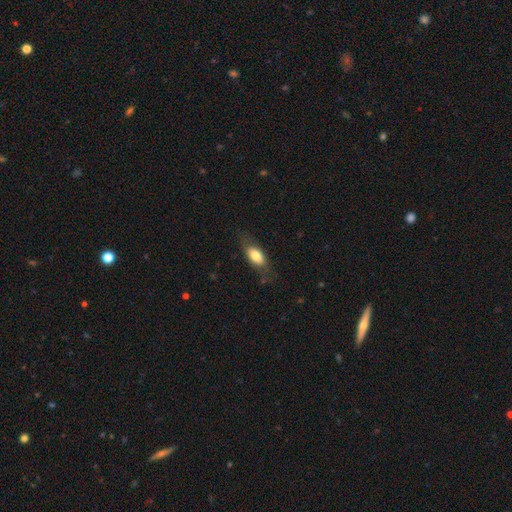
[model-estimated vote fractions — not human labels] This is likely a smooth galaxy (72%). How rounded: clearly in between (84%). Merging: likely none (70%).